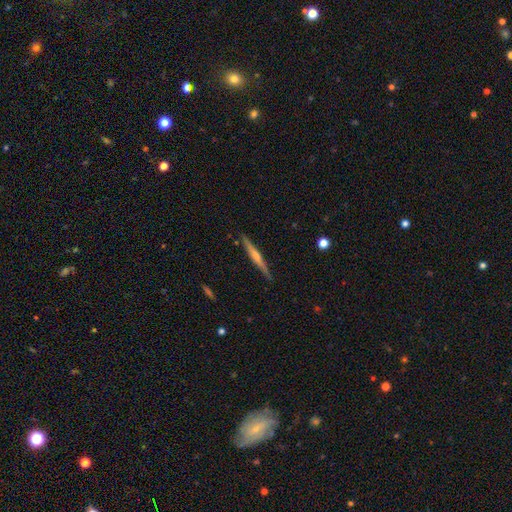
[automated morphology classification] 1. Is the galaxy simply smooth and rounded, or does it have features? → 72% featured or disk, 22% smooth, 6% star or artifact.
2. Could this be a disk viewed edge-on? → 98% yes, 2% no.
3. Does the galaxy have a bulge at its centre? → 72% rounded, 19% none, 9% boxy.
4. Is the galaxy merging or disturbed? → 91% none, 7% minor disturbance, 1% major disturbance, 1% merger.